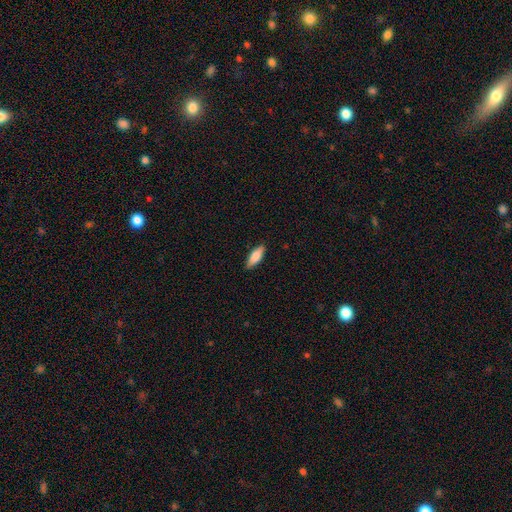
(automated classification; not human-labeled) Smooth or featured: smooth — 78% (featured or disk — 16%)
How rounded: in between — 62% (cigar-shaped — 36%)
Merging: none — 88% (minor disturbance — 10%)